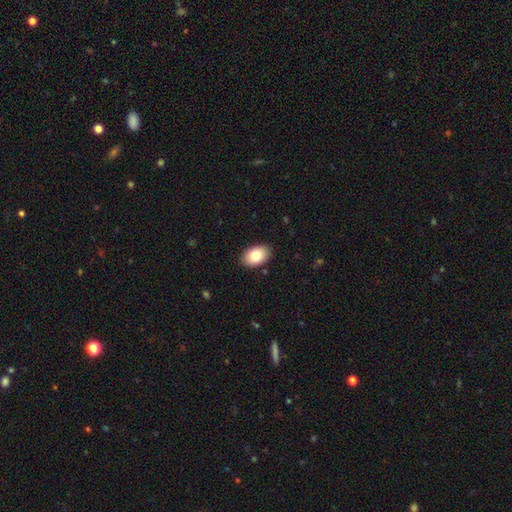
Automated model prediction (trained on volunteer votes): Smooth or featured: smooth — 82% (featured or disk — 11%)
How rounded: in between — 88% (round — 11%)
Merging: none — 89% (minor disturbance — 8%)